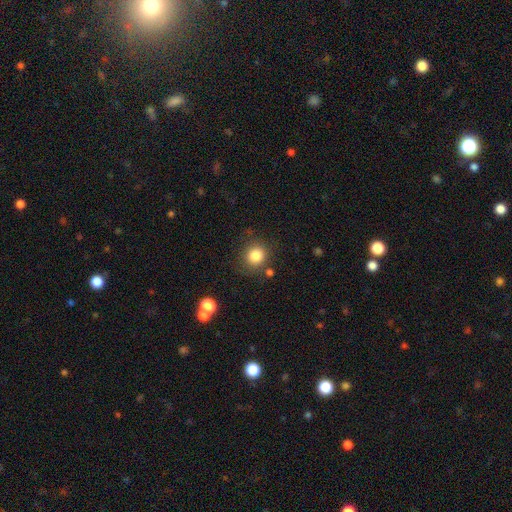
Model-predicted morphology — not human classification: smooth-or-featured: smooth: 83% | star or artifact: 11% | featured or disk: 6%
  how-rounded: round: 86% | in between: 13% | cigar-shaped: 1%
  merging: none: 79% | minor disturbance: 12% | merger: 4% | major disturbance: 4%